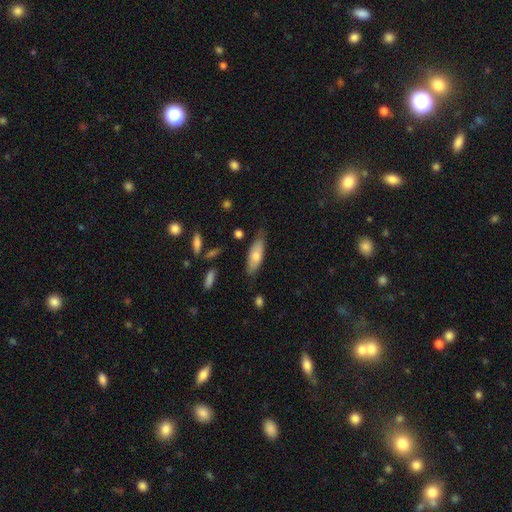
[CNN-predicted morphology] type=smooth (71%); roundness=in between (62%); merging=none (73%).